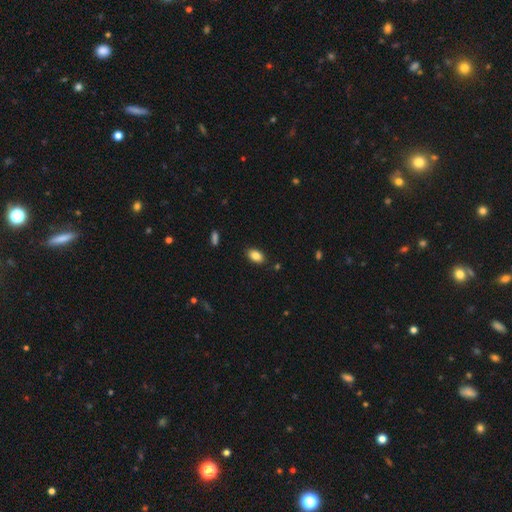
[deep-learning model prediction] Smooth or featured?
  - smooth: 86% *
  - star or artifact: 8%
  - featured or disk: 6%
How rounded?
  - in between: 90% *
  - round: 9%
  - cigar-shaped: 2%
Merging?
  - none: 86% *
  - minor disturbance: 10%
  - major disturbance: 2%
  - merger: 2%